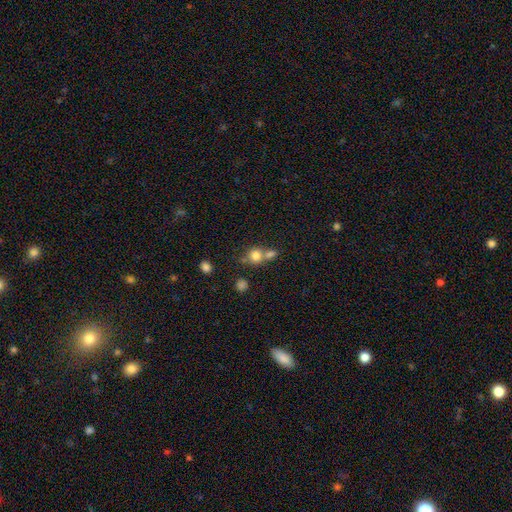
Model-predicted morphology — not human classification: smooth_or_featured: smooth (p=0.77) [alt: star or artifact p=0.12]
how_rounded: round (p=0.83) [alt: in between p=0.16]
merging: merger (p=0.46) [alt: none p=0.43]